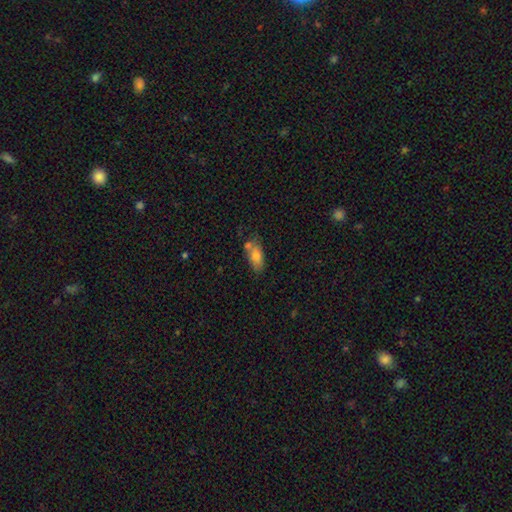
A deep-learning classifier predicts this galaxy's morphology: Overall: smooth (74%). How rounded: in between (86%). Merging: none (52%; merger 22%).